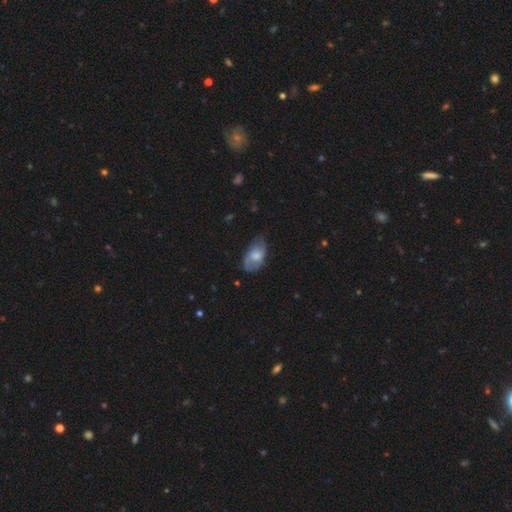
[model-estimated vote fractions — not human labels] A smooth galaxy with no disk features (51%) that is in between round and cigar-shaped (91%).

Vote fractions:
- Smooth or featured? smooth: 51% / featured or disk: 43% / star or artifact: 7%
- How rounded? in between: 91% / round: 6% / cigar-shaped: 3%
- Merging? none: 62% / minor disturbance: 28% / major disturbance: 8% / merger: 1%